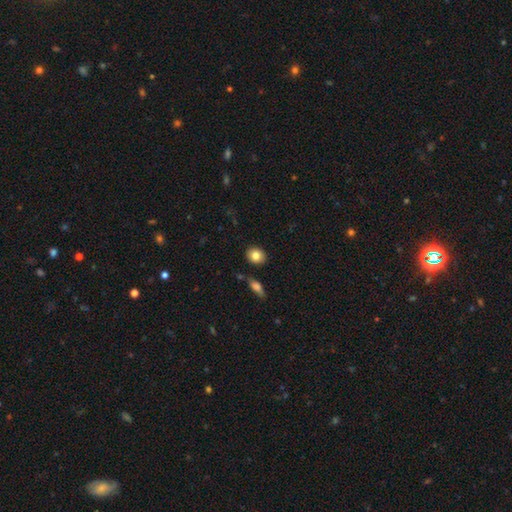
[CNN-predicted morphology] Smooth or featured: smooth — 83% (featured or disk — 9%)
How rounded: round — 64% (in between — 35%)
Merging: none — 87% (minor disturbance — 8%)